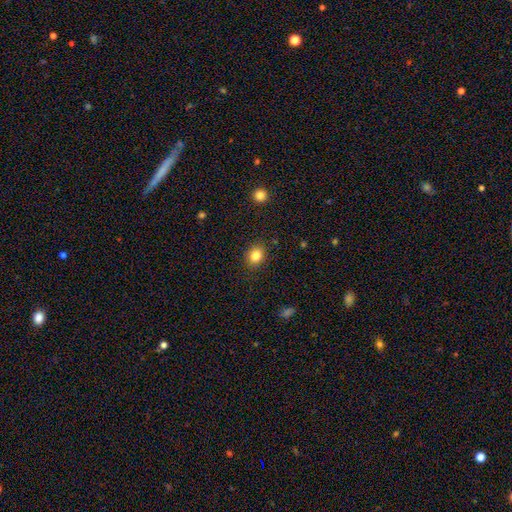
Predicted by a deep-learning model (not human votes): Q: Smooth or featured?
A: smooth (83%); runner-up: star or artifact (11%)
Q: How rounded?
A: round (62%); runner-up: in between (37%)
Q: Merging?
A: none (88%); runner-up: minor disturbance (8%)